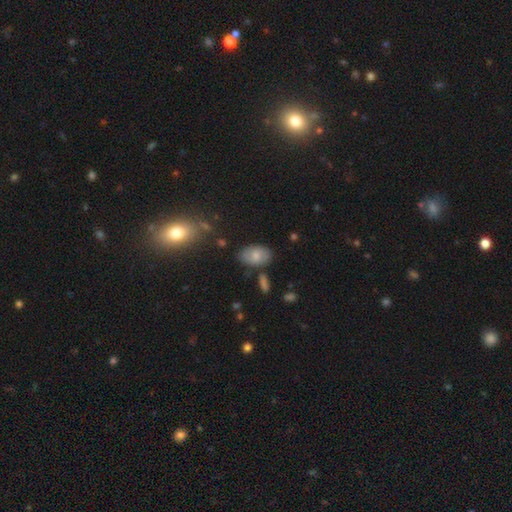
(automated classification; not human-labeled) Smooth or featured? smooth (72%)
How rounded? in between (89%)
Merging? none (72%)